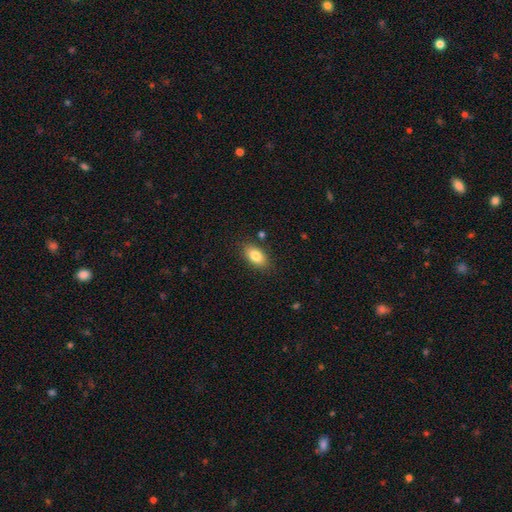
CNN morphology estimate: Overall: smooth (82%). How rounded: in between (89%). Merging: none (84%).